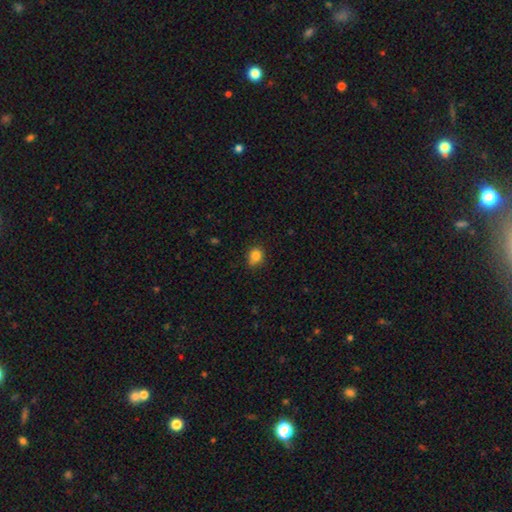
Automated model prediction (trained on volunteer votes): Smooth or featured? Predicted: smooth (p=0.83). How rounded? Predicted: round (p=0.71). Merging? Predicted: none (p=0.74).